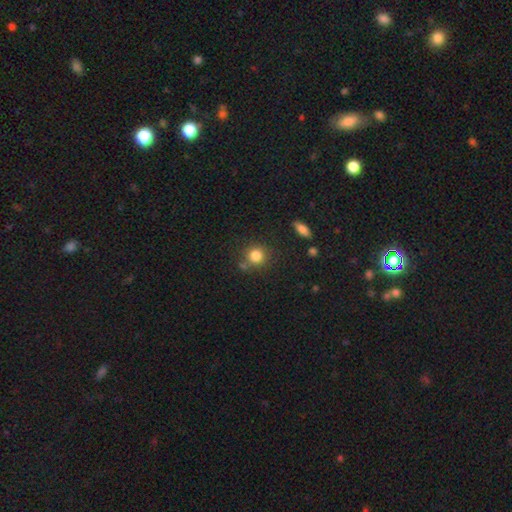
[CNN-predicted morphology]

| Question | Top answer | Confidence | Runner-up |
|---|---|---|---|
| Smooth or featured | smooth | 82% | star or artifact (11%) |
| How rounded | round | 88% | in between (11%) |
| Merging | none | 72% | merger (12%) |